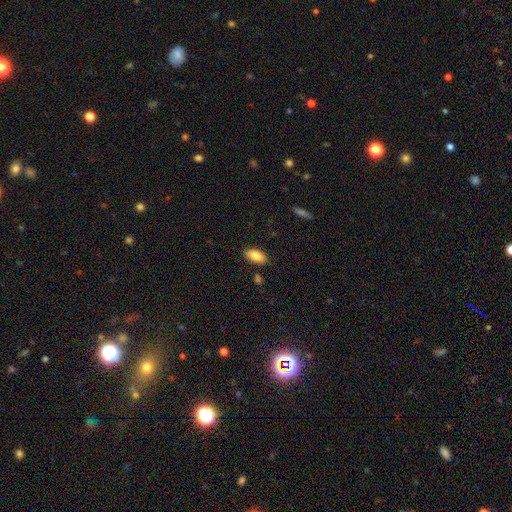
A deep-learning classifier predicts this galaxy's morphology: Q: Smooth or featured?
A: smooth (86%); runner-up: featured or disk (8%)
Q: How rounded?
A: in between (91%); runner-up: cigar-shaped (6%)
Q: Merging?
A: none (84%); runner-up: minor disturbance (11%)